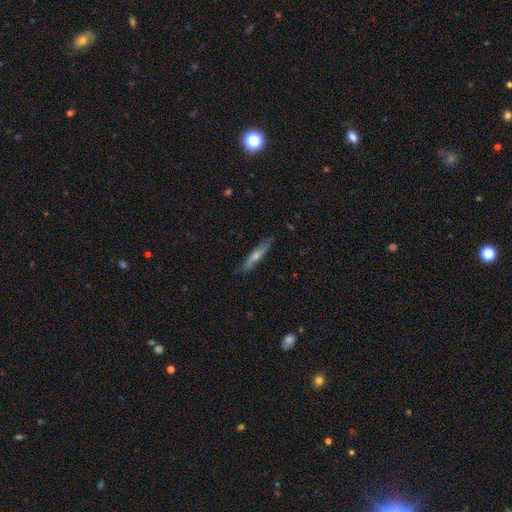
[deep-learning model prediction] This is possibly a featured or disk galaxy (50%). It is clearly viewed edge-on (89%). Merging: clearly none (85%).